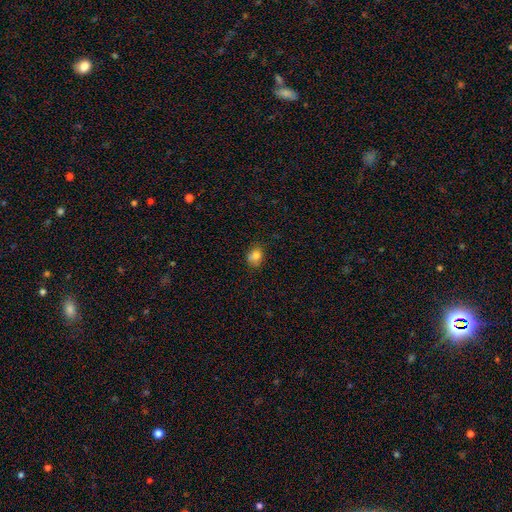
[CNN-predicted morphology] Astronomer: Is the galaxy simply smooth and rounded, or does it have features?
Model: smooth — 80%.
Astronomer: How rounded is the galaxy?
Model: round — 52% (runner-up: in between, 47%).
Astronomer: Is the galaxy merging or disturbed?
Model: none — 70%.